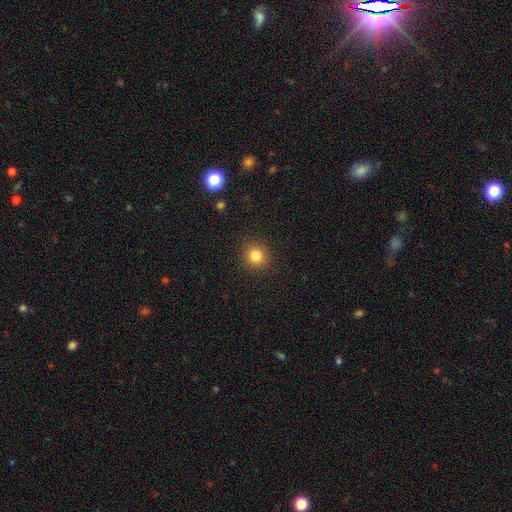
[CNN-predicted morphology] This is clearly a smooth galaxy (82%). How rounded: clearly round (92%). Merging: clearly none (91%).